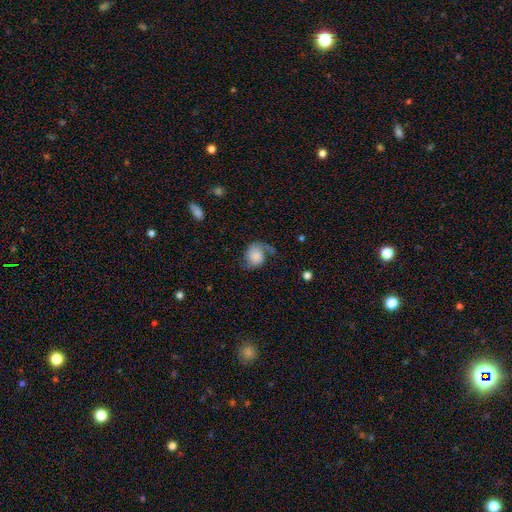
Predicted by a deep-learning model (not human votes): Overall: smooth (49%; featured or disk 42%). Merging: none (44%; minor disturbance 27%).